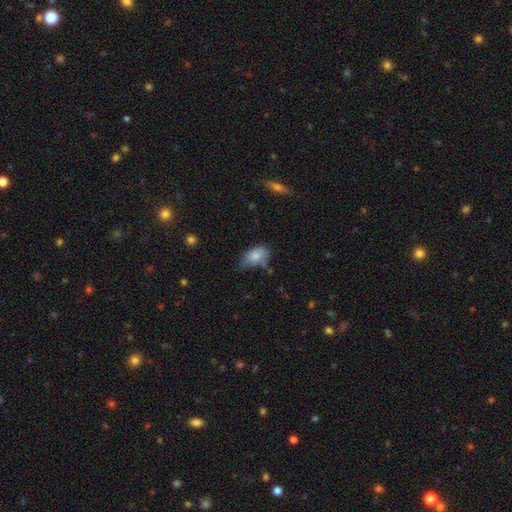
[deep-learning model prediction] Smooth or featured?
  - smooth: 78% *
  - featured or disk: 14%
  - star or artifact: 8%
How rounded?
  - in between: 88% *
  - round: 10%
  - cigar-shaped: 2%
Merging?
  - minor disturbance: 44% *
  - none: 37%
  - major disturbance: 13%
  - merger: 6%